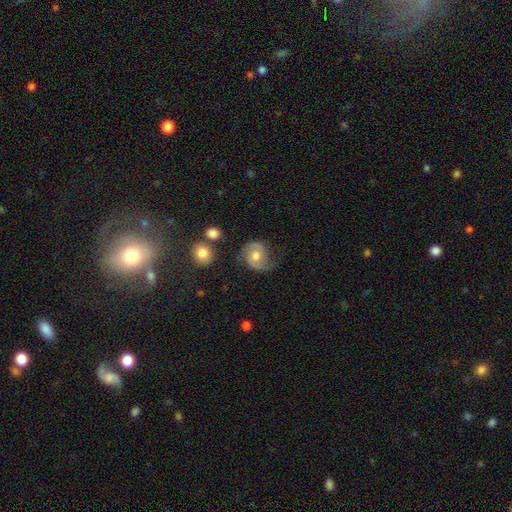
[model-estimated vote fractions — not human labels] This is likely a featured or disk galaxy (68%). It is clearly not viewed edge-on (98%). Bar: likely no (67%). Spiral arm pattern: clearly yes (92%). Spiral arm count: clearly 2 (81%). Spiral winding: possibly medium (48%). Central bulge: likely moderate (74%). Merging: likely none (61%).